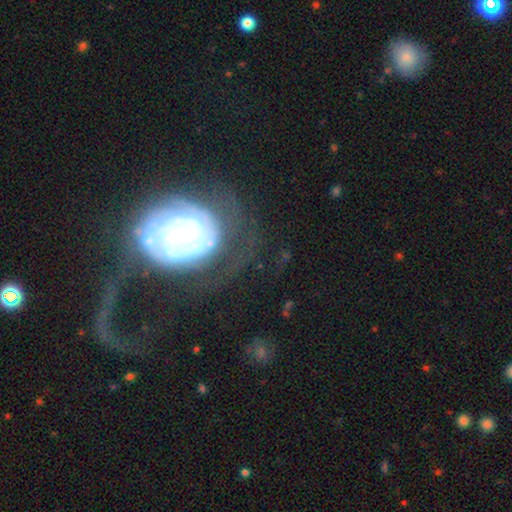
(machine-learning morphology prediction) Smooth or featured? Predicted: featured or disk (p=0.69). Edge-on disk? Predicted: no (p=0.96). Bar? Predicted: no (p=0.79). Spiral arms? Predicted: yes (p=0.71). Bulge size? Predicted: small (p=0.65). Merging? Predicted: major disturbance (p=0.42).